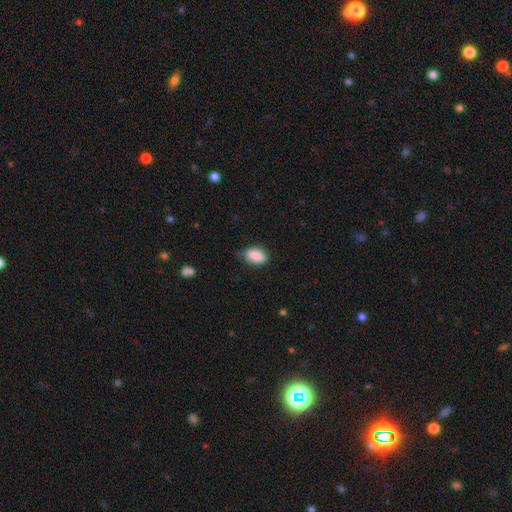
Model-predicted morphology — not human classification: Smooth or featured? smooth (87%)
How rounded? in between (88%)
Merging? none (70%)